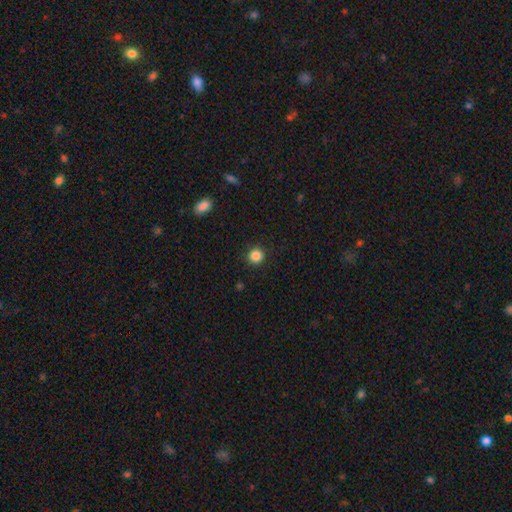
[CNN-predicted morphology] smooth 86%, star or artifact 11%, featured or disk 3%. Down the decision tree: how rounded — round (93%); merging — none (91%).